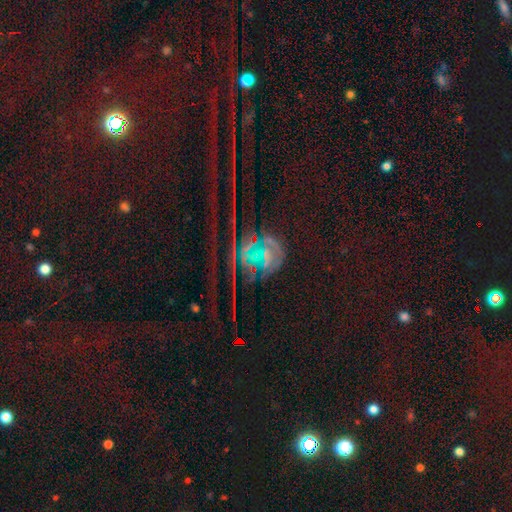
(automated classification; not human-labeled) Smooth or featured? Predicted: star or artifact (p=0.66).